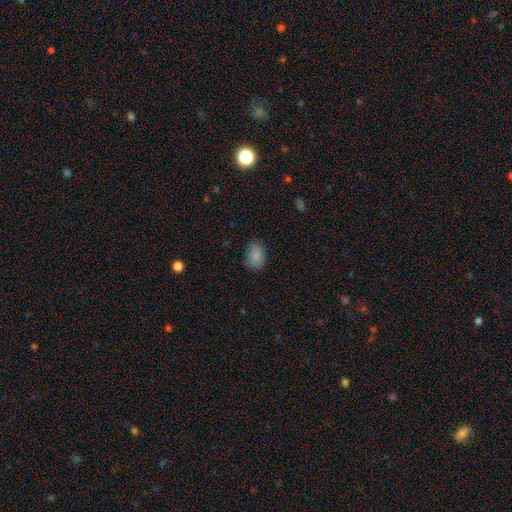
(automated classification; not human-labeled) smooth-or-featured: smooth: 85% | star or artifact: 8% | featured or disk: 7%
  how-rounded: in between: 78% | round: 21% | cigar-shaped: 1%
  merging: none: 78% | minor disturbance: 17% | major disturbance: 4% | merger: 1%